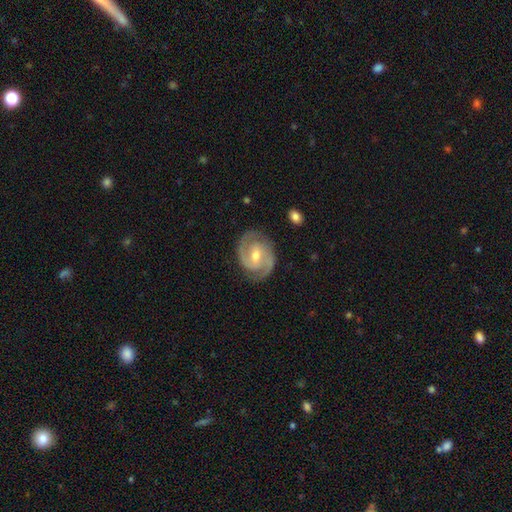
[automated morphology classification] Smooth or featured? Predicted: featured or disk (p=0.89). Edge-on disk? Predicted: no (p=0.98). Bar? Predicted: weak (p=0.50). Spiral arms? Predicted: yes (p=0.97). Spiral winding? Predicted: tight (p=0.47). Spiral arm count? Predicted: 2 (p=0.89). Bulge size? Predicted: moderate (p=0.66). Merging? Predicted: none (p=0.83).